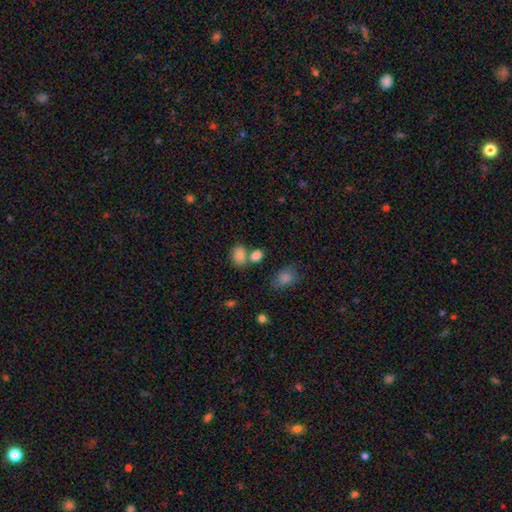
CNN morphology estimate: smooth 82%, star or artifact 11%, featured or disk 7%. Down the decision tree: how rounded — in between (63%); merging — none (52%).